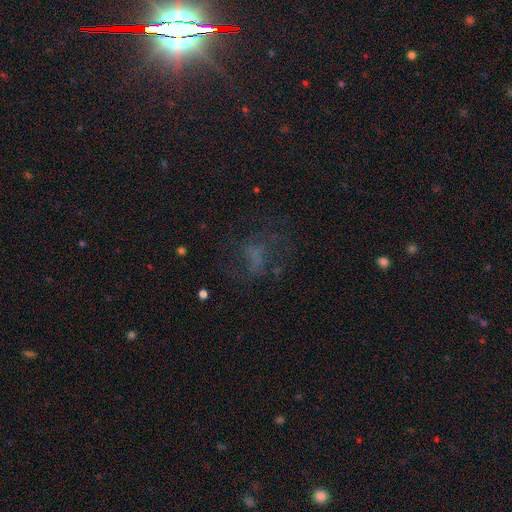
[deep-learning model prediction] The model was most divided on "smooth or featured": smooth: 38%, featured or disk: 34%, star or artifact: 28%. Remaining: merging — none (49%).